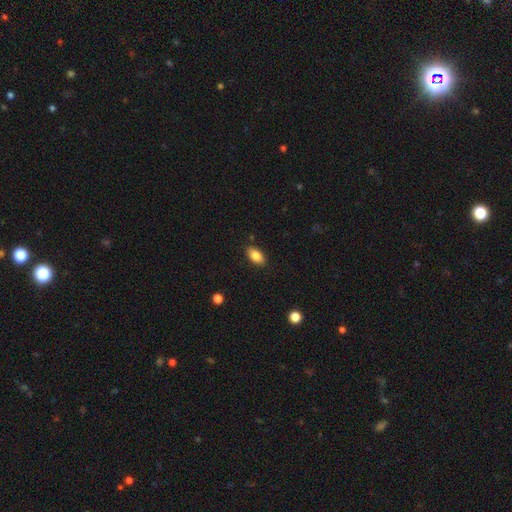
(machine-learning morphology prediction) Smooth or featured? smooth (85%)
How rounded? in between (91%)
Merging? none (87%)